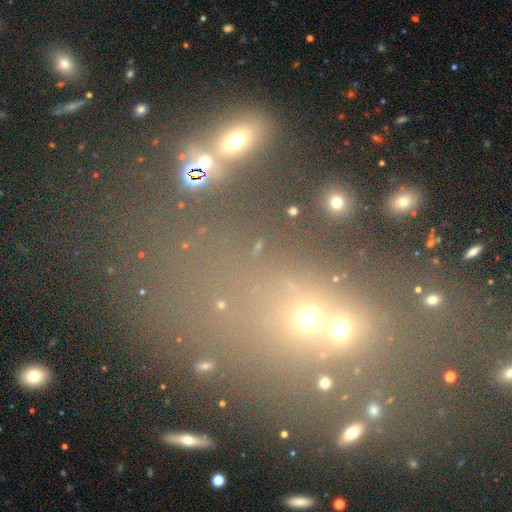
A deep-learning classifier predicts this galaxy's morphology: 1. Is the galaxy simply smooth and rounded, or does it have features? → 45% star or artifact, 38% smooth, 17% featured or disk.